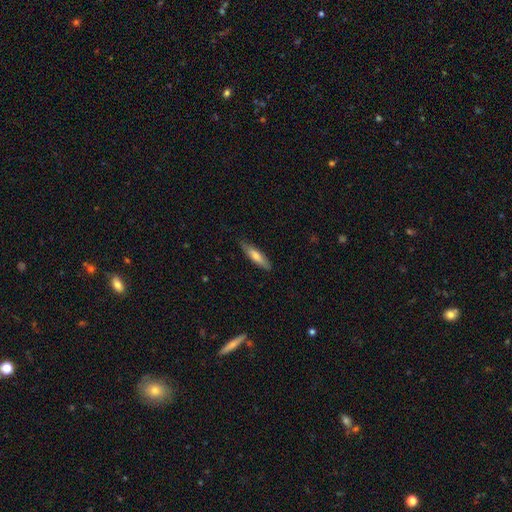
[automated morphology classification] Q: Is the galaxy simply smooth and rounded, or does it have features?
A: smooth — 69%.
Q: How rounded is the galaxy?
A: cigar-shaped — 72%.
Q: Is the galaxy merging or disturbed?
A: none — 83%.